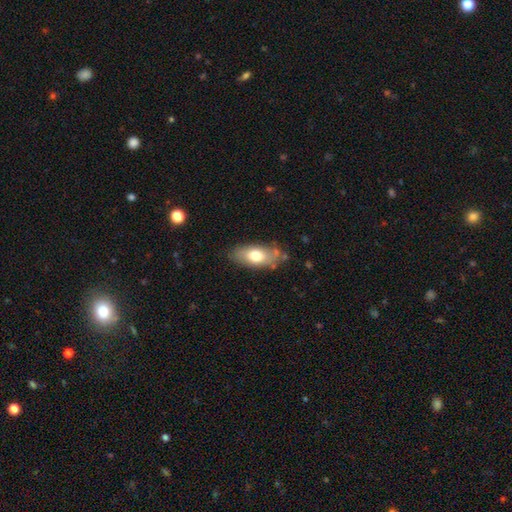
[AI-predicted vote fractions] Q: Smooth or featured?
A: smooth (71%); runner-up: featured or disk (22%)
Q: How rounded?
A: in between (85%); runner-up: cigar-shaped (10%)
Q: Merging?
A: none (73%); runner-up: minor disturbance (18%)